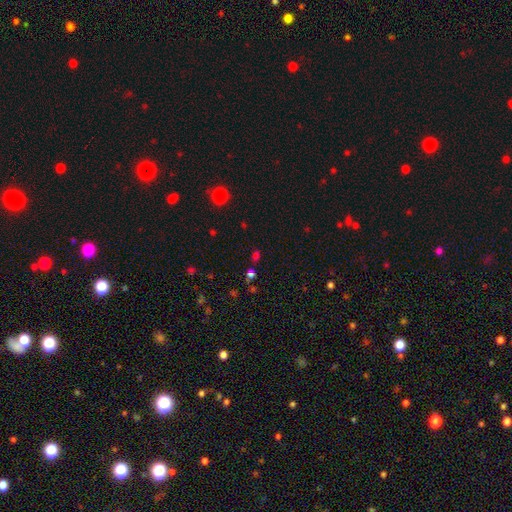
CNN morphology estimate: type=star or artifact (55%).